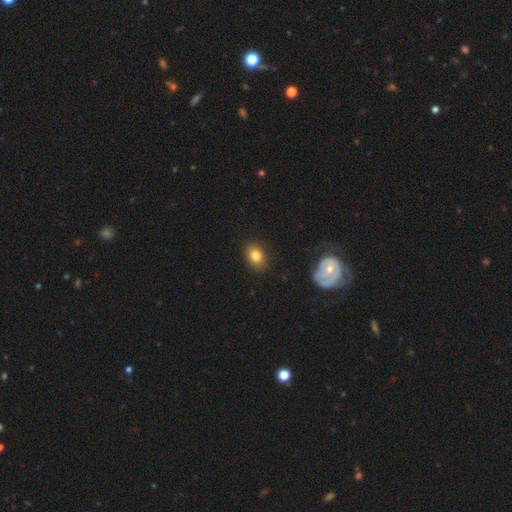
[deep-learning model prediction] Smooth or featured? Predicted: smooth (p=0.80). How rounded? Predicted: in between (p=0.73). Merging? Predicted: none (p=0.84).